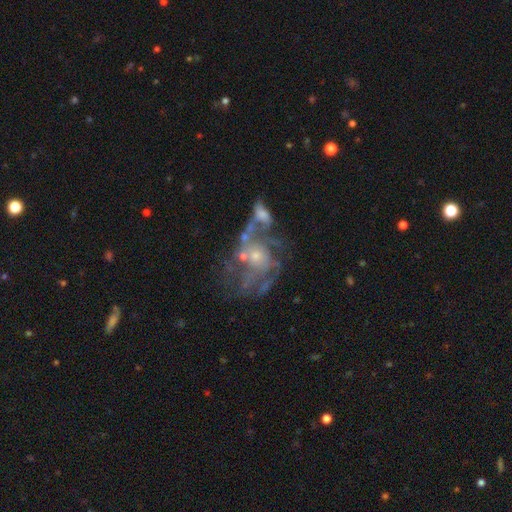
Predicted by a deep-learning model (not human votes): Smooth or featured? featured or disk (79%)
Edge-on disk? no (97%)
Bar? no (80%)
Spiral arms? yes (75%)
Spiral winding? medium (41%)
Spiral arm count? can't tell (39%)
Bulge size? small (58%)
Merging? none (32%)